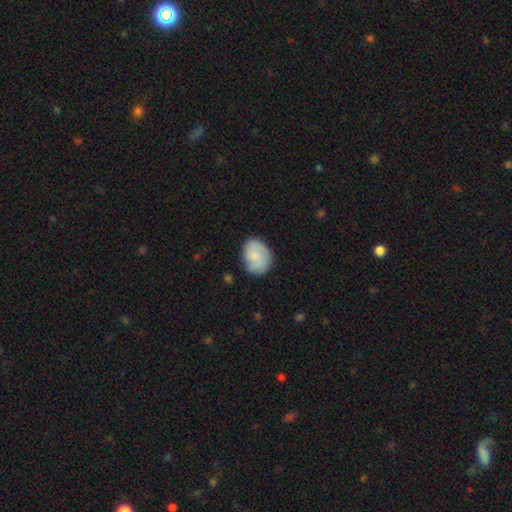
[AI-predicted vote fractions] This is likely a smooth galaxy (61%). How rounded: possibly in between (59%). Merging: likely none (73%).